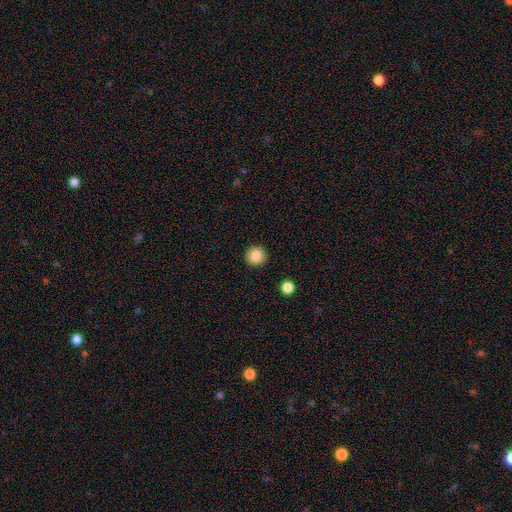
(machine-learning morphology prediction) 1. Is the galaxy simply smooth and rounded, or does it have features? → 86% smooth, 9% star or artifact, 5% featured or disk.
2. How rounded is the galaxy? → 94% round, 5% in between, 1% cigar-shaped.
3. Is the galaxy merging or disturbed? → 92% none, 5% minor disturbance, 2% major disturbance, 1% merger.